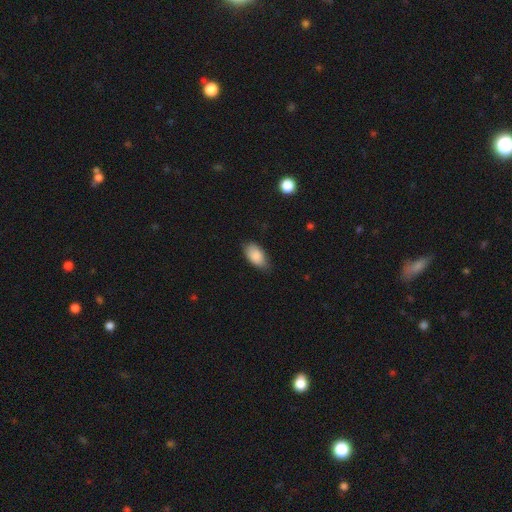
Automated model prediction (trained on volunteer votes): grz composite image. It shows a smooth galaxy with no disk features (87%) that is in between round and cigar-shaped (93%). Merging: none (71%).